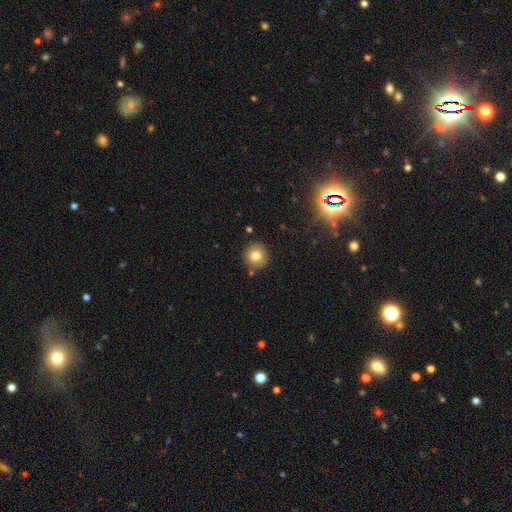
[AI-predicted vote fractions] A smooth galaxy with no disk features (78%) that is round (94%). Merging: none (87%).